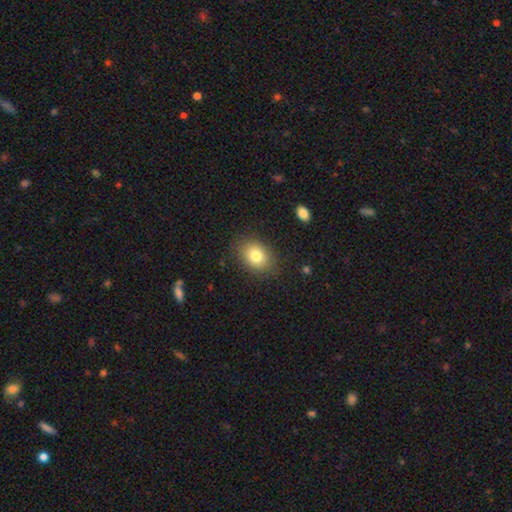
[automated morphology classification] A smooth galaxy with no disk features (80%) that is in between round and cigar-shaped (61%). Merging: none (84%).